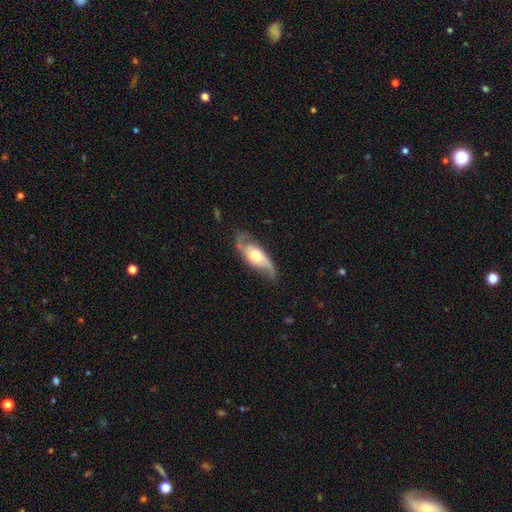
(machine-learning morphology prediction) The model was most divided on "spiral winding": loose: 49%, medium: 38%, tight: 13%. More confident: spiral arms — yes (91%); edge-on disk — no (87%); spiral arm count — 2 (85%); smooth or featured — featured or disk (75%); merging — none (70%); bar — no (67%); bulge size — moderate (55%).